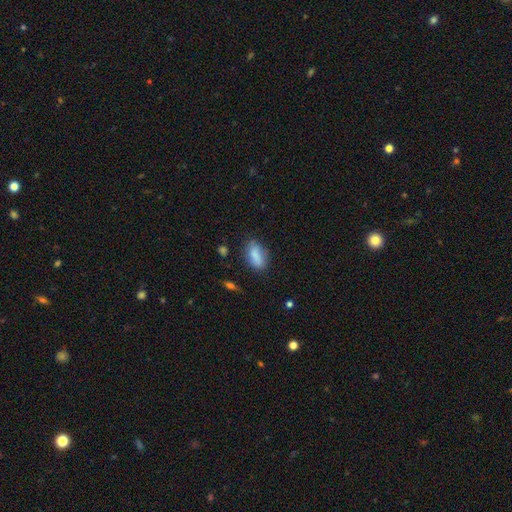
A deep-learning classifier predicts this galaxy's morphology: The model was most divided on "merging": none: 69%, minor disturbance: 21%, major disturbance: 6%, merger: 4%. More confident: how rounded — in between (87%); smooth or featured — smooth (81%).